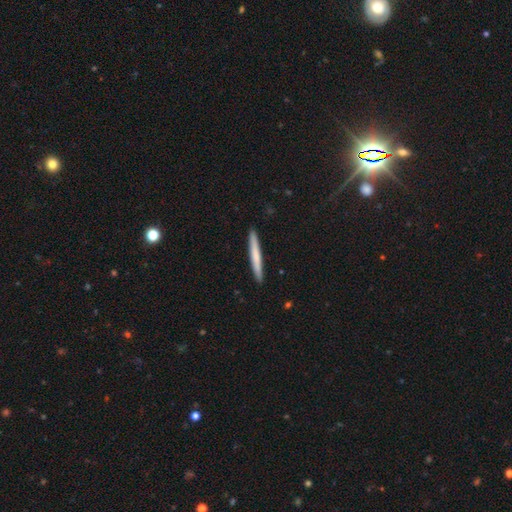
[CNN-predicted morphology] smooth 66%, featured or disk 29%, star or artifact 5%. Down the decision tree: how rounded — cigar-shaped (97%); merging — none (92%).